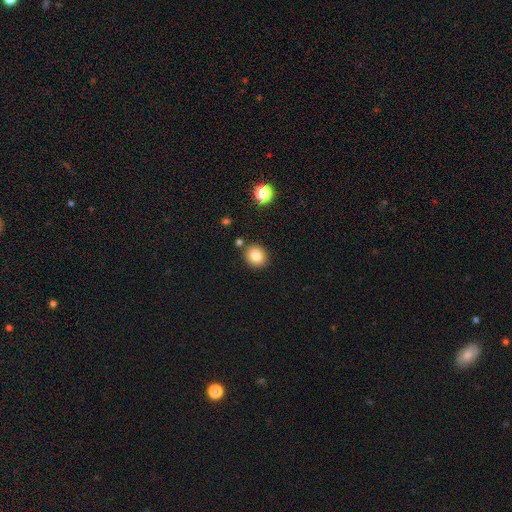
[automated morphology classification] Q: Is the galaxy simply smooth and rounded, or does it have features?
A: smooth — 82%.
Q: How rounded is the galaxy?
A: round — 82%.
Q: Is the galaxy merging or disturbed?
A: none — 86%.